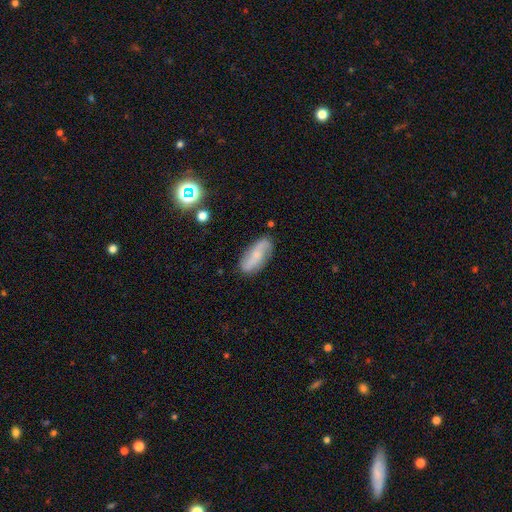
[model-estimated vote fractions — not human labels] Overall: featured or disk (60%; smooth 32%). Edge-on disk: no (90%). Bar: no (53%; weak 32%). Spiral arms: yes (89%). Bulge size: small (67%). Merging: none (81%).